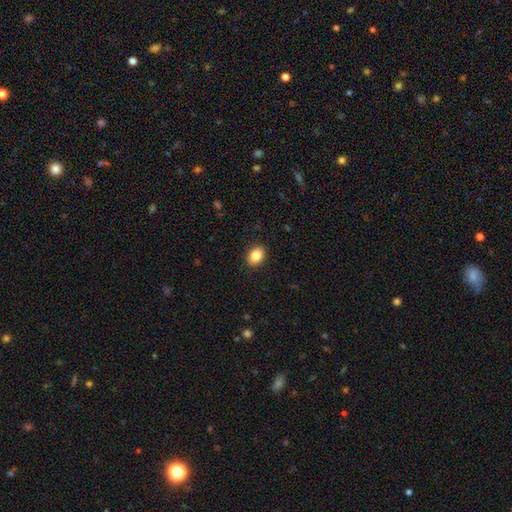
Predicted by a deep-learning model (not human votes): Smooth or featured: smooth — 85% (star or artifact — 9%)
How rounded: in between — 67% (round — 32%)
Merging: none — 90% (minor disturbance — 7%)